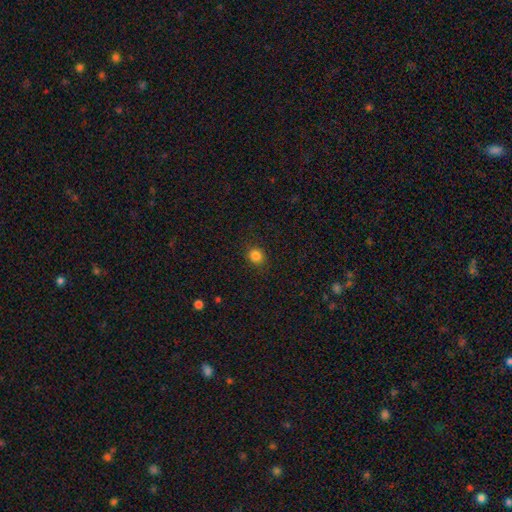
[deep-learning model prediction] smooth-or-featured: smooth: 84% | star or artifact: 12% | featured or disk: 4%
  how-rounded: round: 80% | in between: 19% | cigar-shaped: 1%
  merging: none: 88% | minor disturbance: 8% | major disturbance: 3% | merger: 1%